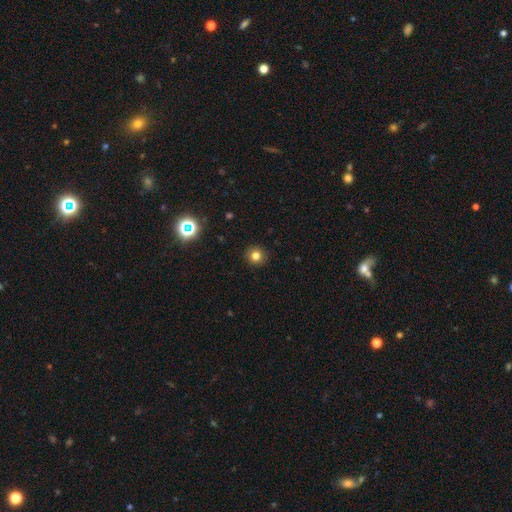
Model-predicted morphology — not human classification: Smooth or featured?
  - smooth: 78% *
  - star or artifact: 15%
  - featured or disk: 7%
How rounded?
  - round: 93% *
  - in between: 6%
  - cigar-shaped: 1%
Merging?
  - none: 91% *
  - minor disturbance: 6%
  - major disturbance: 2%
  - merger: 1%